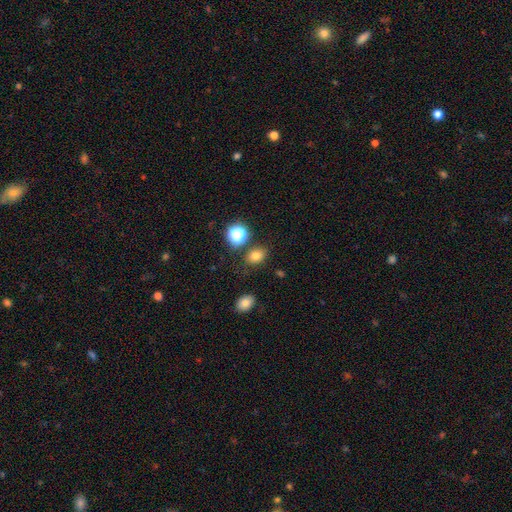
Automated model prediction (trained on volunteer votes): This is likely a smooth galaxy (77%). How rounded: likely in between (61%). Merging: likely none (79%).